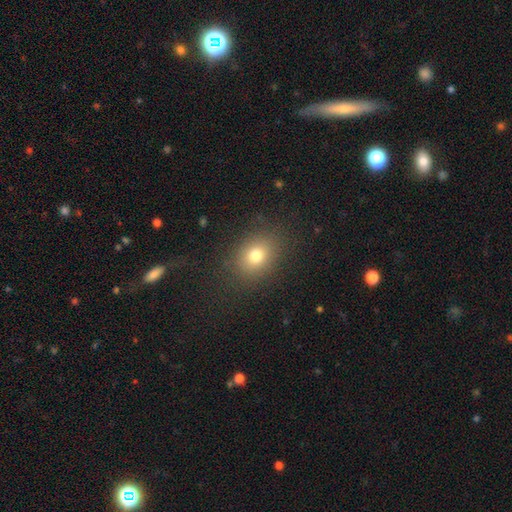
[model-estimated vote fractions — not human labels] Morphology: type=smooth (76%); roundness=in between (53%); merging=none (84%).